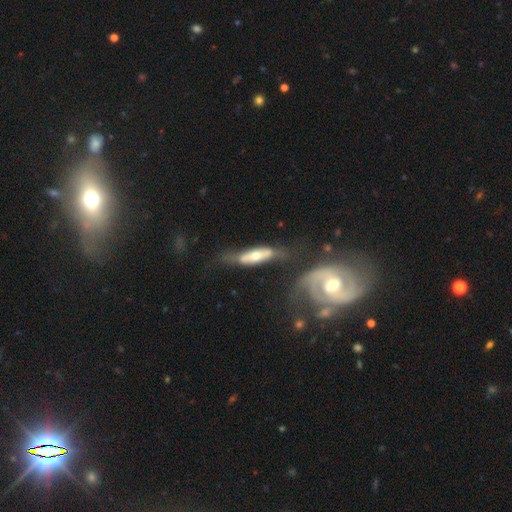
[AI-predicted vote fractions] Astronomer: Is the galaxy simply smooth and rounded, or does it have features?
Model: featured or disk — 54% (runner-up: smooth, 40%).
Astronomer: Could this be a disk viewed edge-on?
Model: yes — 55% (runner-up: no, 45%).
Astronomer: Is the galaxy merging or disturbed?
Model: none — 40% (runner-up: minor disturbance, 23%).